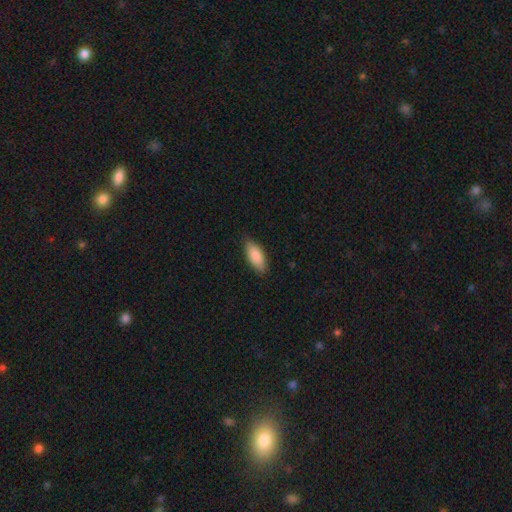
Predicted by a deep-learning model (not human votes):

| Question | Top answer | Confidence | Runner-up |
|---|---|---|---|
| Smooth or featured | smooth | 87% | featured or disk (8%) |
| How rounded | in between | 80% | cigar-shaped (18%) |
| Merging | none | 83% | minor disturbance (13%) |